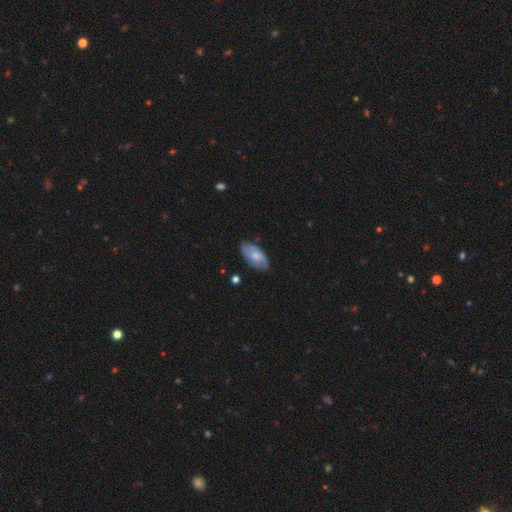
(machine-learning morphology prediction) type=smooth (62%); roundness=in between (94%); merging=none (75%).